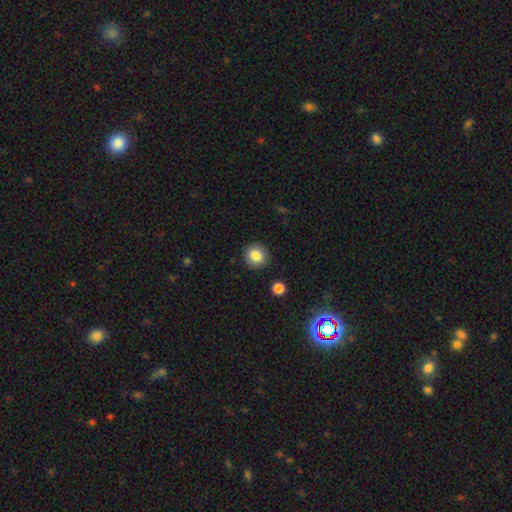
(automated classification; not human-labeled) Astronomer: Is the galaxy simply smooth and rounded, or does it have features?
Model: smooth — 85%.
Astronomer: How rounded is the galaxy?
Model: round — 91%.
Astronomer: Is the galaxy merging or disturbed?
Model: none — 91%.